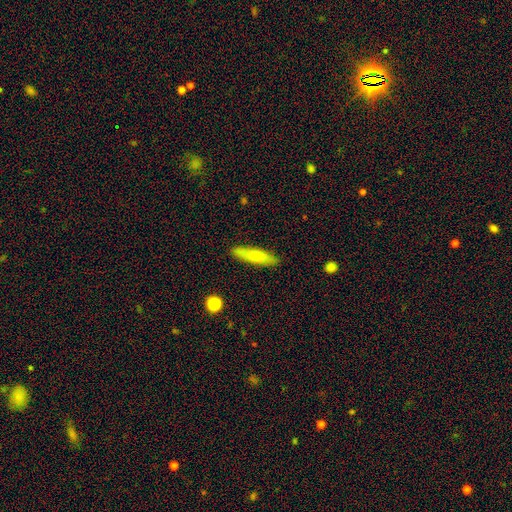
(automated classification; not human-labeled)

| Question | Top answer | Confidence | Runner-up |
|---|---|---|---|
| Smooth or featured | smooth | 71% | featured or disk (23%) |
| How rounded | cigar-shaped | 77% | in between (21%) |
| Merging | none | 87% | minor disturbance (10%) |